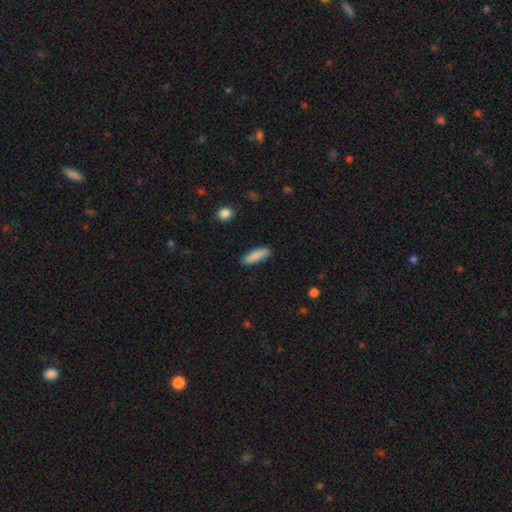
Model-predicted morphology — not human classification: The model was most divided on "how rounded": cigar-shaped: 57%, in between: 41%, round: 2%. More confident: smooth or featured — smooth (87%); merging — none (87%).